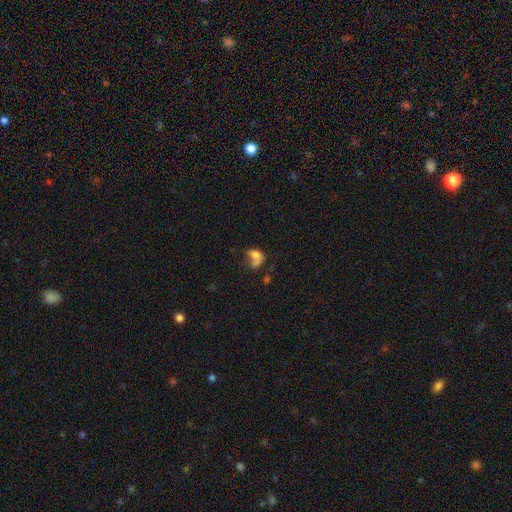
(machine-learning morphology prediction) smooth 65%, featured or disk 23%, star or artifact 13%. Down the decision tree: how rounded — in between (72%); merging — merger (47%).